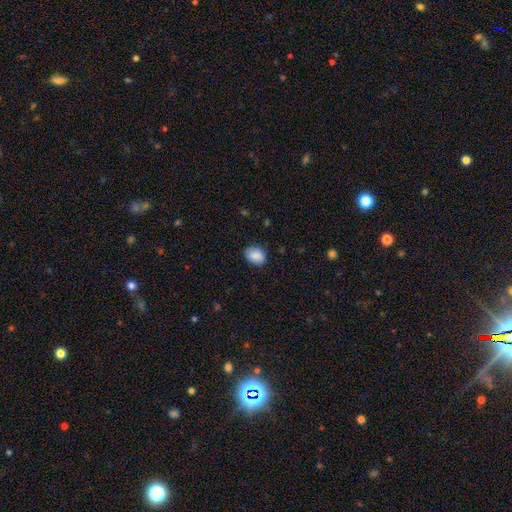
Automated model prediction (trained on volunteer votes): The model was most divided on "how rounded": in between: 64%, round: 36%, cigar-shaped: 1%. More confident: smooth or featured — smooth (88%); merging — none (85%).